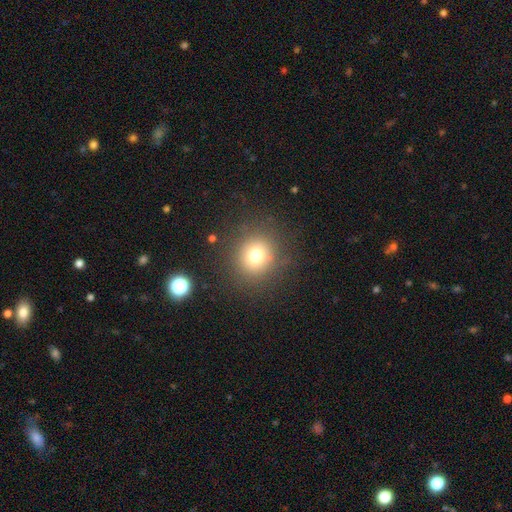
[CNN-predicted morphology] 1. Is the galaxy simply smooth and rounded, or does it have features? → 73% smooth, 16% star or artifact, 11% featured or disk.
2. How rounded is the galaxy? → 88% round, 11% in between, 1% cigar-shaped.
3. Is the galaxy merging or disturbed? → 85% none, 8% minor disturbance, 5% major disturbance, 2% merger.